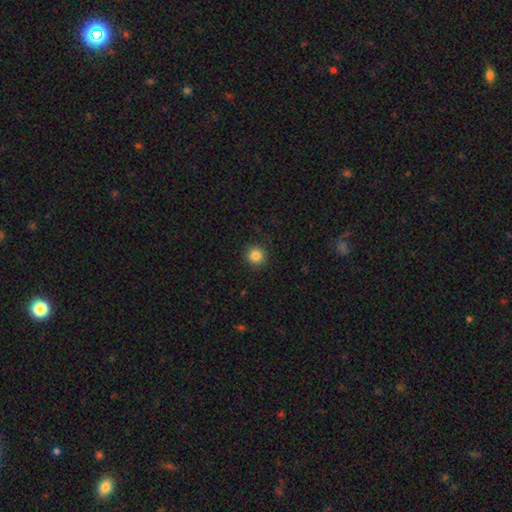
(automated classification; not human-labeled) Smooth or featured? smooth (85%)
How rounded? round (94%)
Merging? none (91%)